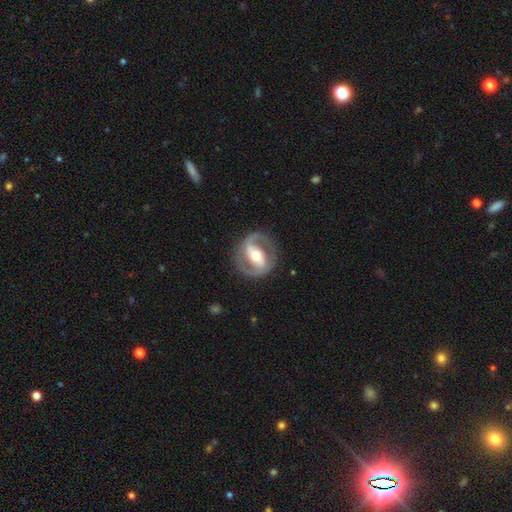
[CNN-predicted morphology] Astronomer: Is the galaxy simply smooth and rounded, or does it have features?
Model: featured or disk — 84%.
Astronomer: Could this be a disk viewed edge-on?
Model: no — 96%.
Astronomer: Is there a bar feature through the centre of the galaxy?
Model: strong — 47% (runner-up: weak, 32%).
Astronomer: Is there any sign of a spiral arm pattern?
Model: yes — 85%.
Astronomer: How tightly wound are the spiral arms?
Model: medium — 50% (runner-up: tight, 32%).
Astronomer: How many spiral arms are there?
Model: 2 — 88%.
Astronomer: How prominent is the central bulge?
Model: moderate — 73%.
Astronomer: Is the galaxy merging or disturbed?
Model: none — 83%.